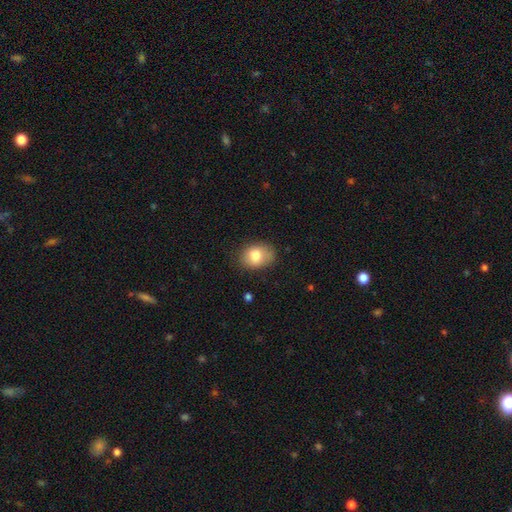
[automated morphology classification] type=smooth (79%); roundness=in between (68%); merging=none (73%).